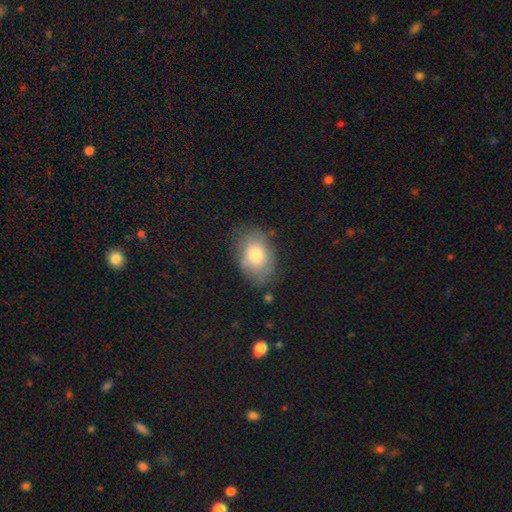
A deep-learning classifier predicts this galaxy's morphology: The model was most divided on "merging": none: 70%, minor disturbance: 21%, major disturbance: 7%, merger: 2%. More confident: how rounded — in between (80%); smooth or featured — smooth (70%).